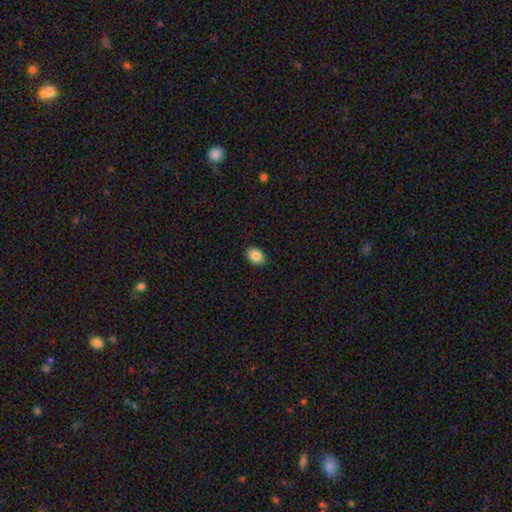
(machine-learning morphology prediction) The model was most divided on "how rounded": in between: 70%, round: 29%, cigar-shaped: 1%. More confident: merging — none (88%); smooth or featured — smooth (85%).